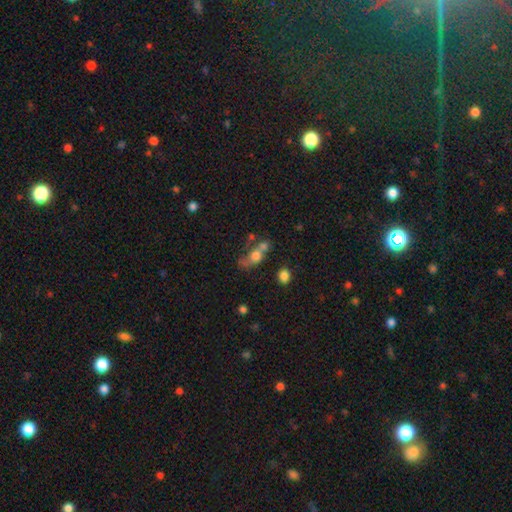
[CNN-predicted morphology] Overall: smooth (65%). How rounded: in between (56%; round 38%). Merging: merger (45%; none 24%).